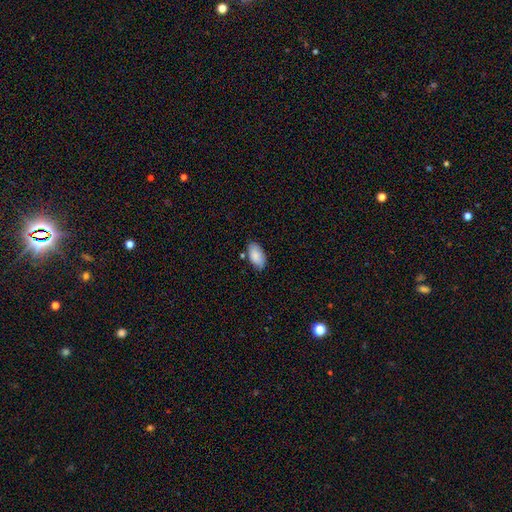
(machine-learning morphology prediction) This is clearly a smooth galaxy (86%). How rounded: clearly in between (95%). Merging: likely none (76%).